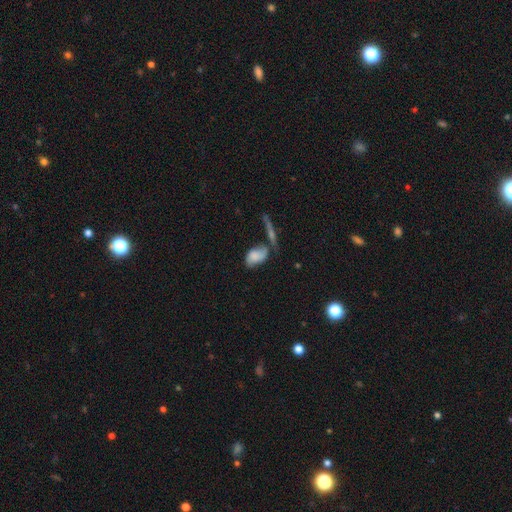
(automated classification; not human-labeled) Smooth or featured?
  - smooth: 57% *
  - featured or disk: 34%
  - star or artifact: 9%
How rounded?
  - in between: 87% *
  - round: 10%
  - cigar-shaped: 4%
Merging?
  - none: 37% *
  - merger: 24%
  - minor disturbance: 23%
  - major disturbance: 15%